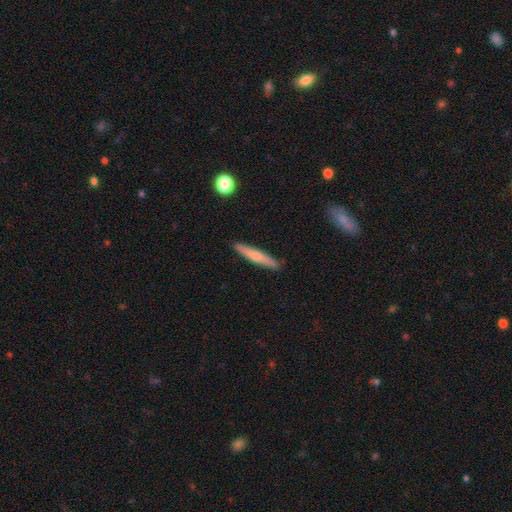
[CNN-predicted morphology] smooth_or_featured: smooth (p=0.60) [alt: featured or disk p=0.34]
how_rounded: cigar-shaped (p=0.92) [alt: in between p=0.06]
merging: none (p=0.90) [alt: minor disturbance p=0.07]